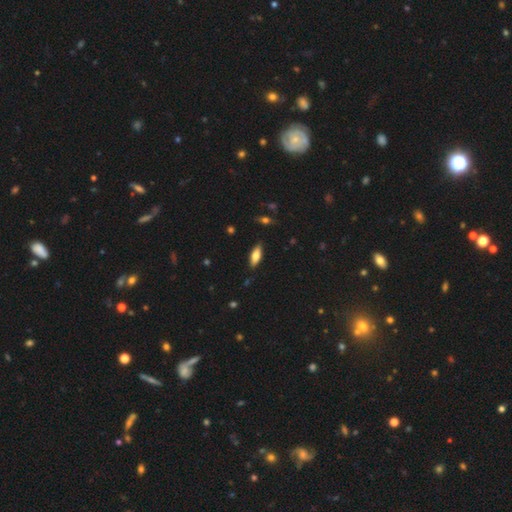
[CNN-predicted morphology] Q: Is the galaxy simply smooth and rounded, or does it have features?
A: smooth — 74%.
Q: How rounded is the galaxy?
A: in between — 71%.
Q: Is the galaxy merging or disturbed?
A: none — 85%.